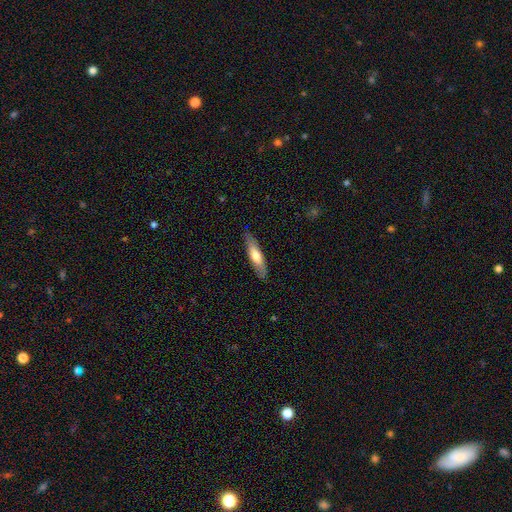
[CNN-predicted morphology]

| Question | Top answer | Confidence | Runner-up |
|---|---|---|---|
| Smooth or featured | smooth | 60% | featured or disk (34%) |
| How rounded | cigar-shaped | 70% | in between (28%) |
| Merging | none | 87% | minor disturbance (10%) |